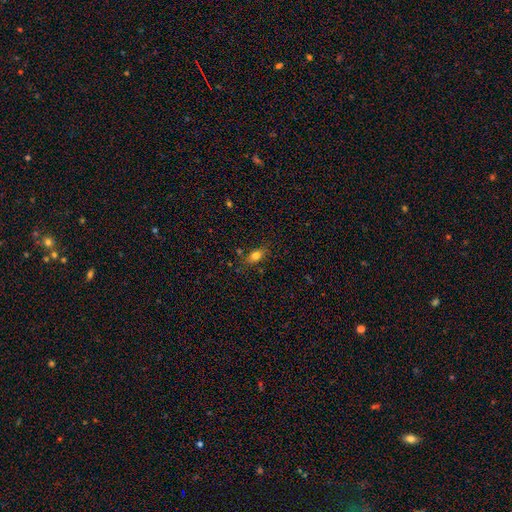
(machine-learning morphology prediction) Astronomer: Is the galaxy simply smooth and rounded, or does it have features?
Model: smooth — 78%.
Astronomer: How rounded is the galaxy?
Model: in between — 79%.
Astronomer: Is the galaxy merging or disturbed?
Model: none — 77%.